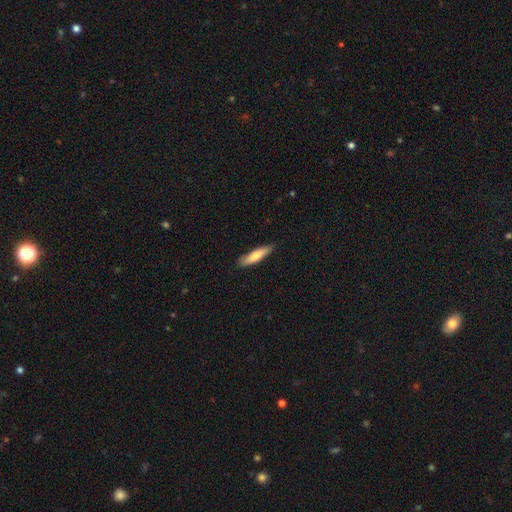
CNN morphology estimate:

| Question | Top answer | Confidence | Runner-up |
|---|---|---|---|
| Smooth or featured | smooth | 72% | featured or disk (23%) |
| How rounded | cigar-shaped | 75% | in between (23%) |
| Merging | none | 83% | minor disturbance (13%) |